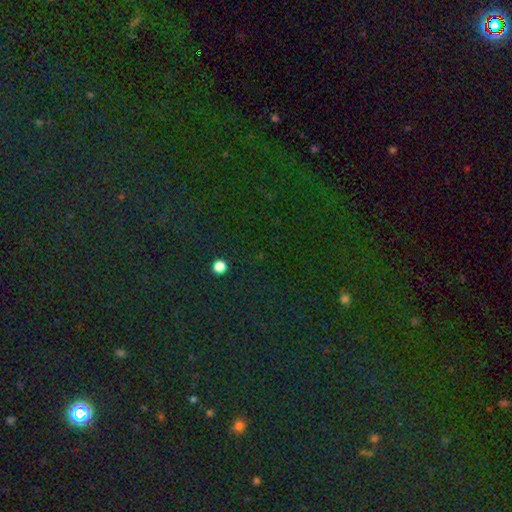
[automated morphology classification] type=star or artifact (79%).